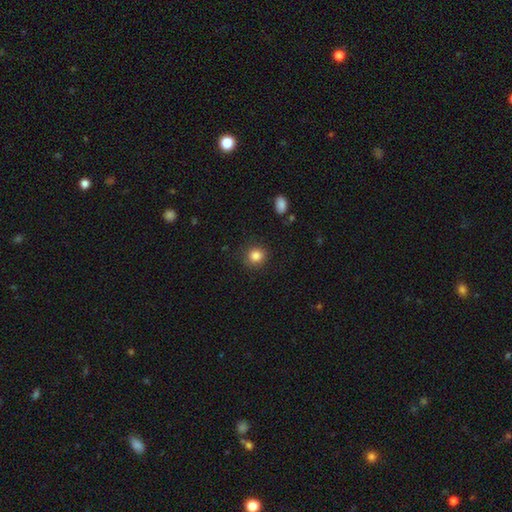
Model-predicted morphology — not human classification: smooth_or_featured: smooth (p=0.85) [alt: star or artifact p=0.11]
how_rounded: round (p=0.87) [alt: in between p=0.12]
merging: none (p=0.87) [alt: minor disturbance p=0.09]